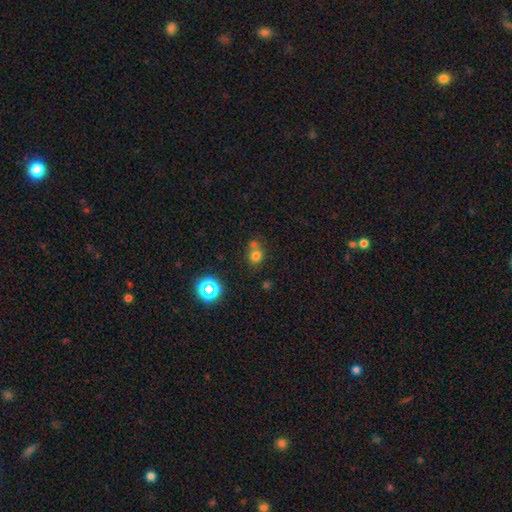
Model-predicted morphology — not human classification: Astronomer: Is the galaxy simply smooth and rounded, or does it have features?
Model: smooth — 70%.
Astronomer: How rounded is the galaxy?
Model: round — 69%.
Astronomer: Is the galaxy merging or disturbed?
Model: none — 50% (runner-up: merger, 33%).